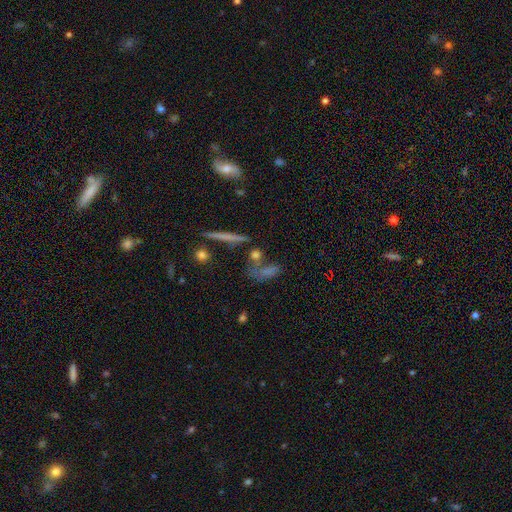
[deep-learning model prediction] Smooth or featured? smooth (46%)
Merging? none (55%)